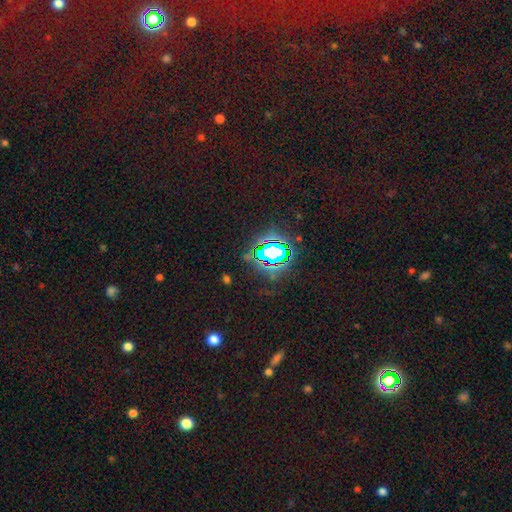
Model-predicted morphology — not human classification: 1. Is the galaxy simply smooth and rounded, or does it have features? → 80% star or artifact, 13% smooth, 7% featured or disk.